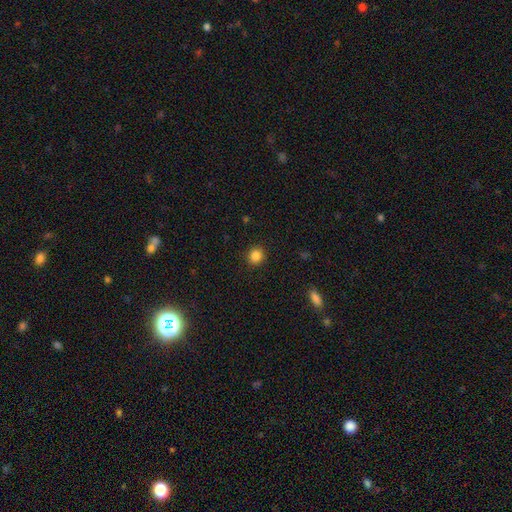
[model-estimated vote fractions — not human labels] Morphology: type=smooth (85%); roundness=round (89%); merging=none (91%).